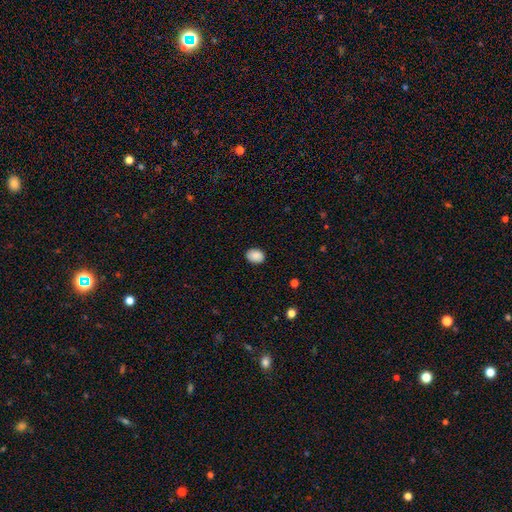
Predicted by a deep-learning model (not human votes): Q: Smooth or featured?
A: smooth (88%); runner-up: star or artifact (8%)
Q: How rounded?
A: in between (67%); runner-up: round (32%)
Q: Merging?
A: none (87%); runner-up: minor disturbance (10%)